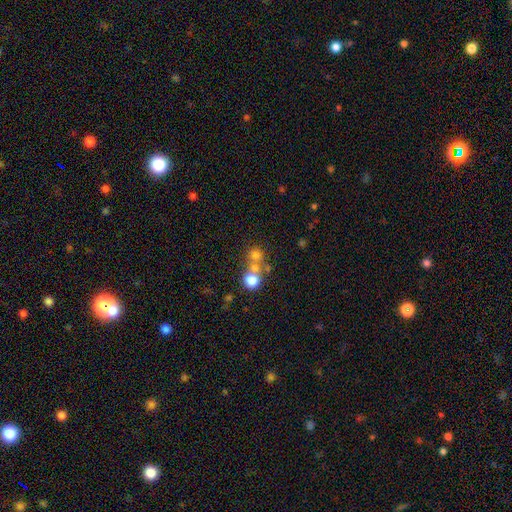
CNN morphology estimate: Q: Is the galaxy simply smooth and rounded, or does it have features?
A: smooth — 68%.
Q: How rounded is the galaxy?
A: round — 86%.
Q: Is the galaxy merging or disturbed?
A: none — 45%.